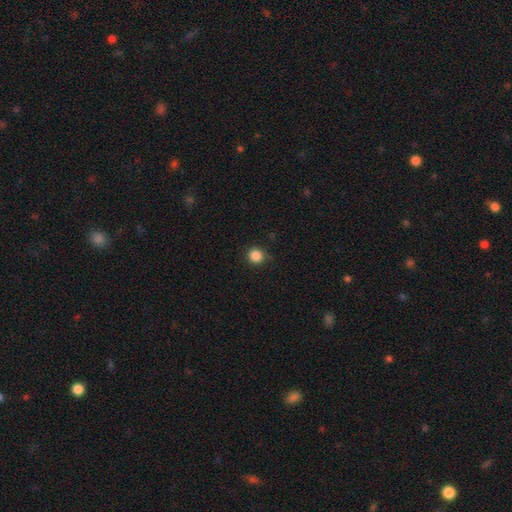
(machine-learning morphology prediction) type=smooth (86%); roundness=round (90%); merging=none (86%).